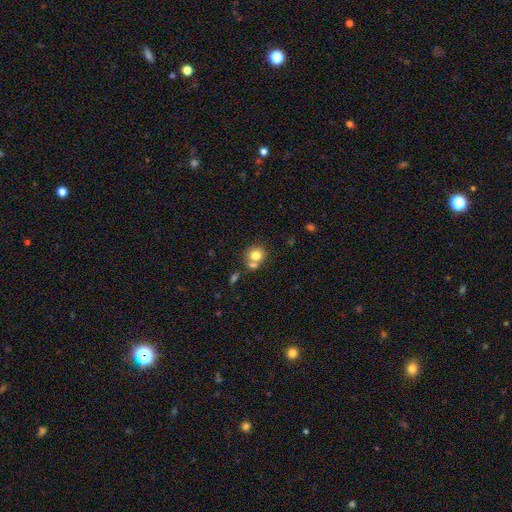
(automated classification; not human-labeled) Smooth or featured?
  - smooth: 79% *
  - featured or disk: 11%
  - star or artifact: 10%
How rounded?
  - round: 79% *
  - in between: 20%
  - cigar-shaped: 1%
Merging?
  - none: 53% *
  - merger: 33%
  - minor disturbance: 10%
  - major disturbance: 4%